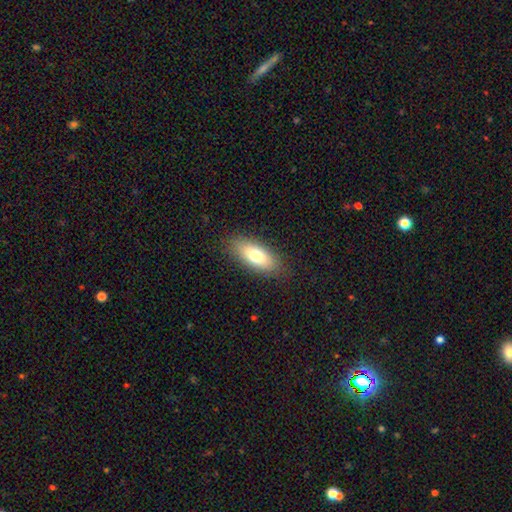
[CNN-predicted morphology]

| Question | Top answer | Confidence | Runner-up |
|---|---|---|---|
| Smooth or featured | smooth | 76% | featured or disk (17%) |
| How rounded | in between | 80% | cigar-shaped (17%) |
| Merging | none | 85% | minor disturbance (11%) |